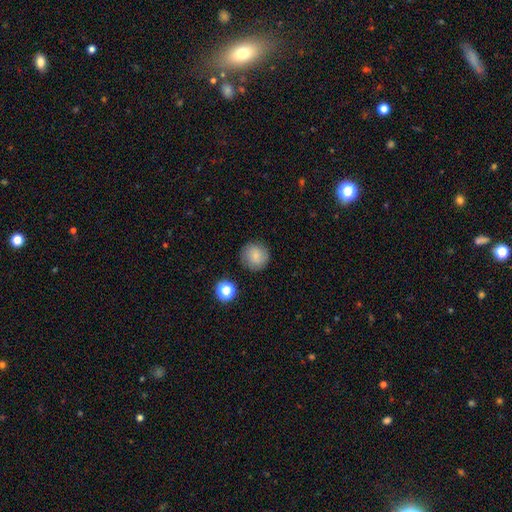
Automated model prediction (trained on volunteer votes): Smooth or featured? smooth (80%)
How rounded? round (93%)
Merging? none (86%)